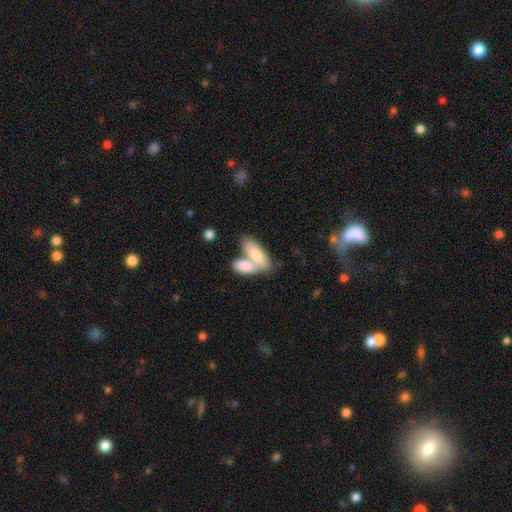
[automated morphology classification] A smooth galaxy with no disk features (78%) that is in between round and cigar-shaped (80%). Merging: merger (64%).